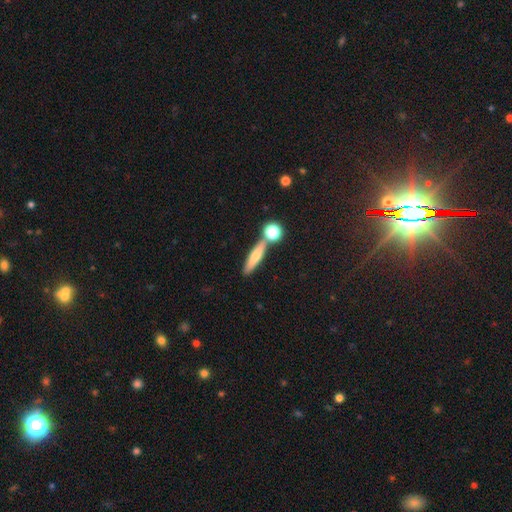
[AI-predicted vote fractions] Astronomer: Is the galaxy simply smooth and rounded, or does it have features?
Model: smooth — 67%.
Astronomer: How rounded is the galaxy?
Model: cigar-shaped — 75%.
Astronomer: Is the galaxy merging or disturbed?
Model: none — 70%.